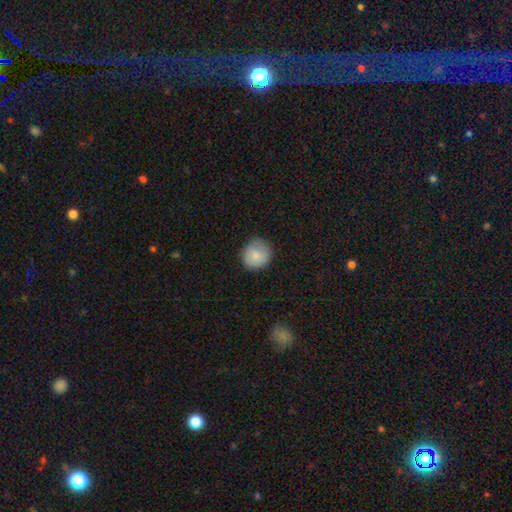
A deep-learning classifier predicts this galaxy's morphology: Smooth or featured: smooth — 84% (featured or disk — 9%)
How rounded: round — 89% (in between — 10%)
Merging: none — 80% (minor disturbance — 16%)